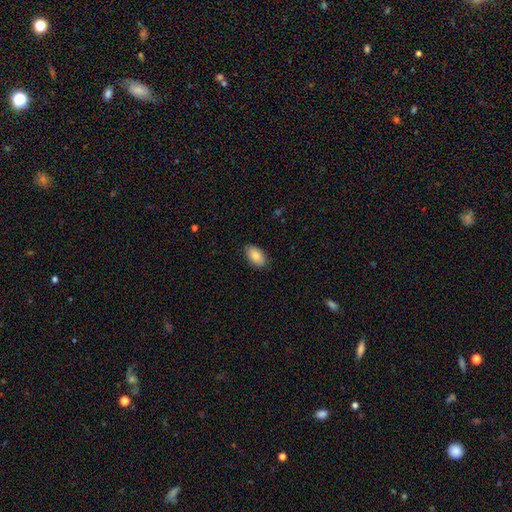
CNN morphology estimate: A smooth galaxy with no disk features (84%) that is in between round and cigar-shaped (93%). Merging: none (85%).